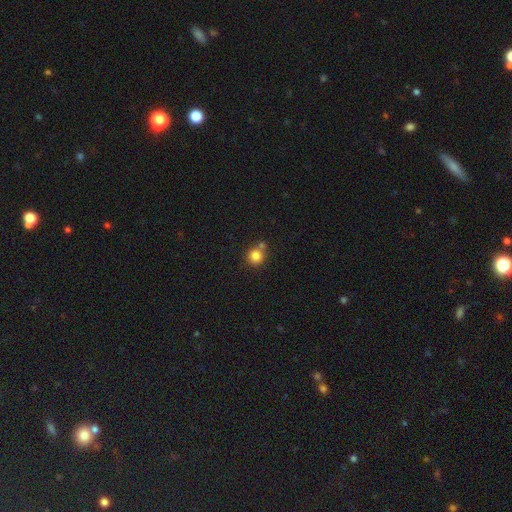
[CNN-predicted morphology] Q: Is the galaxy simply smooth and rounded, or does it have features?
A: smooth — 82%.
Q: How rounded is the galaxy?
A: round — 91%.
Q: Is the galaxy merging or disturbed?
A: none — 65%.